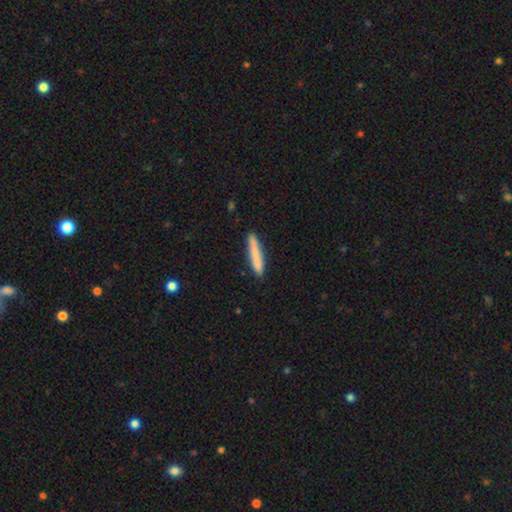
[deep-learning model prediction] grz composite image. It shows a smooth galaxy with no disk features (80%) that is cigar-shaped (94%). Merging: none (89%).